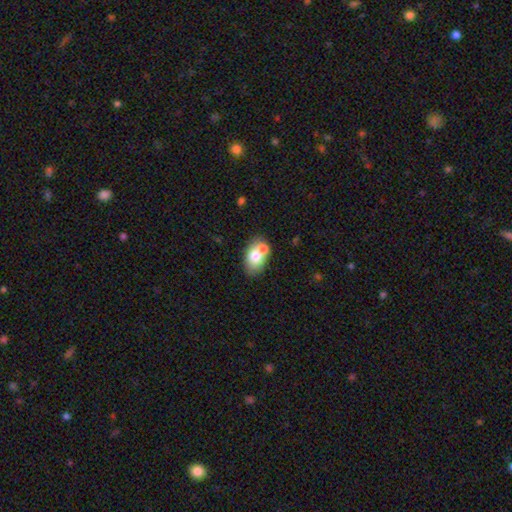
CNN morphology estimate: smooth 70%, featured or disk 22%, star or artifact 8%. Down the decision tree: how rounded — in between (82%); merging — none (50%).